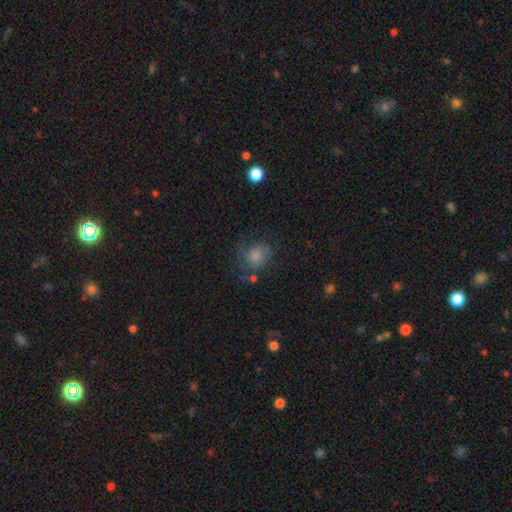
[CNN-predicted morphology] This is marginally a featured or disk galaxy (41%, tied with smooth). Merging: likely none (63%).